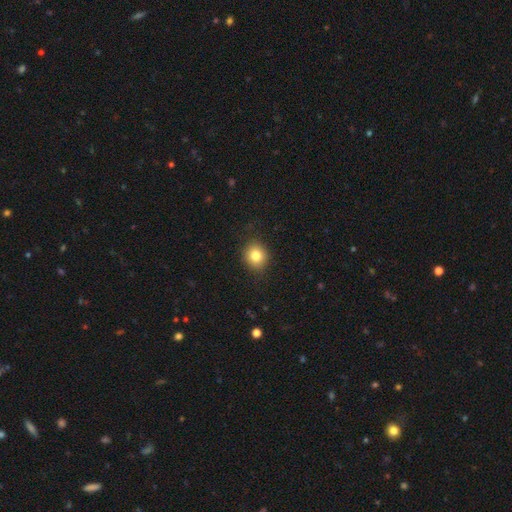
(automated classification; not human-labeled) Q: Smooth or featured?
A: smooth (82%); runner-up: star or artifact (11%)
Q: How rounded?
A: round (81%); runner-up: in between (18%)
Q: Merging?
A: none (88%); runner-up: minor disturbance (9%)